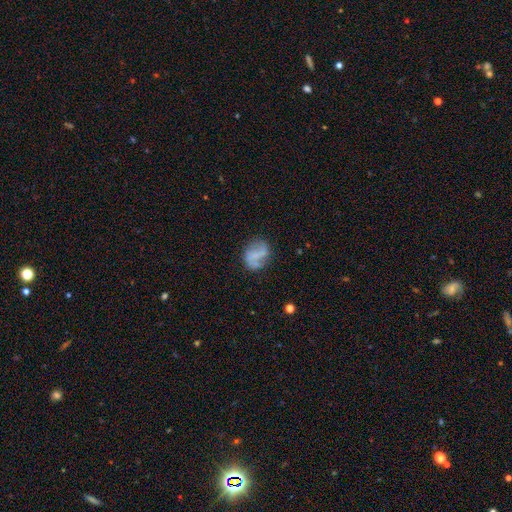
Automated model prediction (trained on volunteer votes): A featured or disk galaxy (56%) with no bar (39%), spiral arms (77%) and no central bulge (63%). Merging: none (62%).